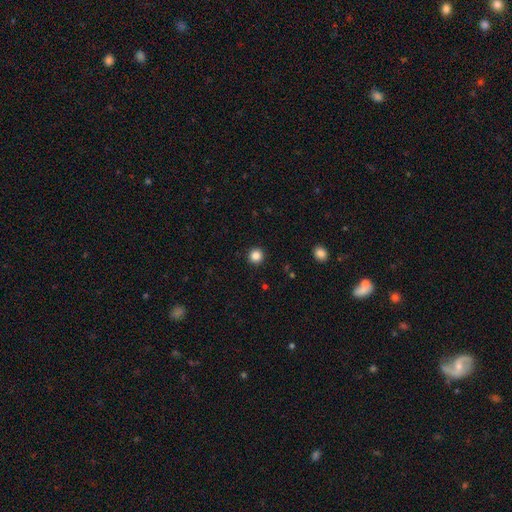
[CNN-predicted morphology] Q: Smooth or featured?
A: smooth (85%); runner-up: star or artifact (11%)
Q: How rounded?
A: round (95%); runner-up: in between (4%)
Q: Merging?
A: none (93%); runner-up: minor disturbance (5%)